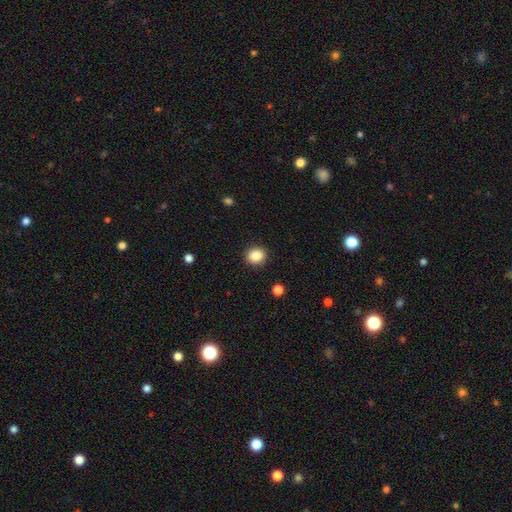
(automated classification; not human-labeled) Smooth or featured? smooth (87%)
How rounded? round (78%)
Merging? none (91%)